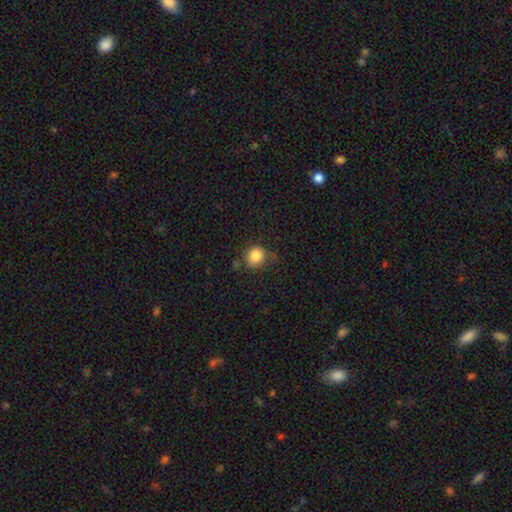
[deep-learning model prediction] The model was most divided on "merging": none: 66%, minor disturbance: 23%, major disturbance: 7%, merger: 4%. More confident: smooth or featured — smooth (84%); how rounded — round (80%).